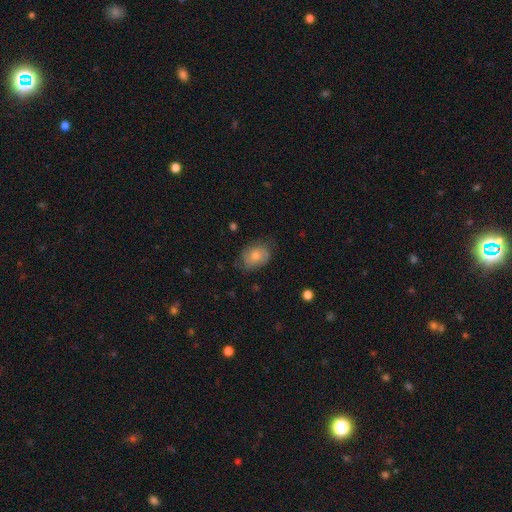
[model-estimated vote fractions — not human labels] Q: Smooth or featured?
A: smooth (74%); runner-up: featured or disk (18%)
Q: How rounded?
A: in between (65%); runner-up: round (34%)
Q: Merging?
A: none (66%); runner-up: minor disturbance (25%)